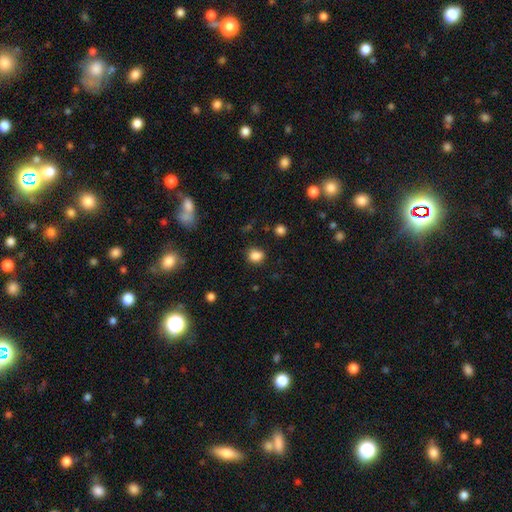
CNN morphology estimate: A smooth galaxy with no disk features (85%) that is round (60%). Merging: none (81%).